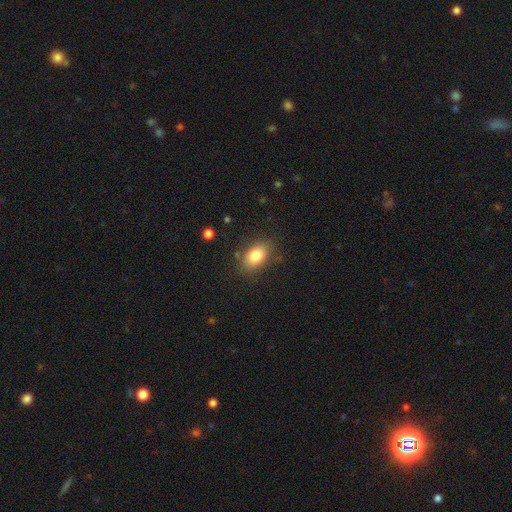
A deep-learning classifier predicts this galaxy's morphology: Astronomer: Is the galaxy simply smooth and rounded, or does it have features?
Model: smooth — 83%.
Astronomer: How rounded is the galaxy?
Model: in between — 88%.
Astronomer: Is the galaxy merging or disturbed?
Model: none — 82%.